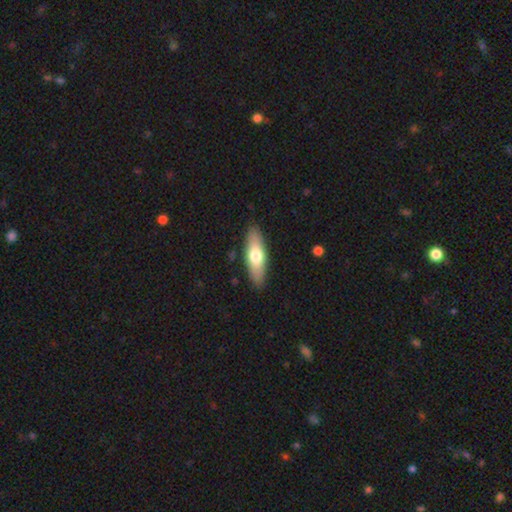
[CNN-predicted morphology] The model was most divided on "how rounded": in between: 53%, cigar-shaped: 44%, round: 2%. More confident: merging — none (88%); smooth or featured — smooth (65%).